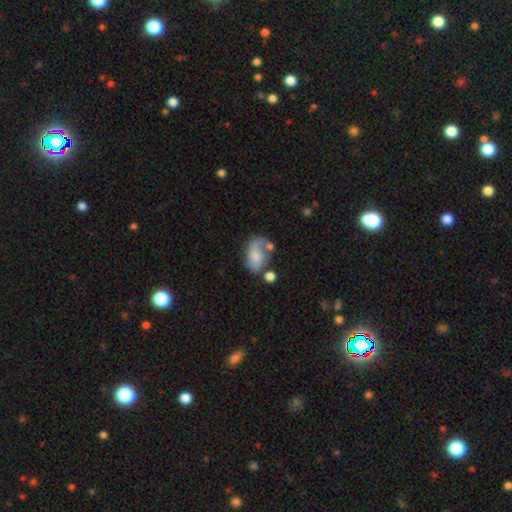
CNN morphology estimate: type=featured or disk (56%); edge-on=no (97%); bar=no (61%); spiral arms=yes (82%); bulge=none (38%); merging=none (41%).